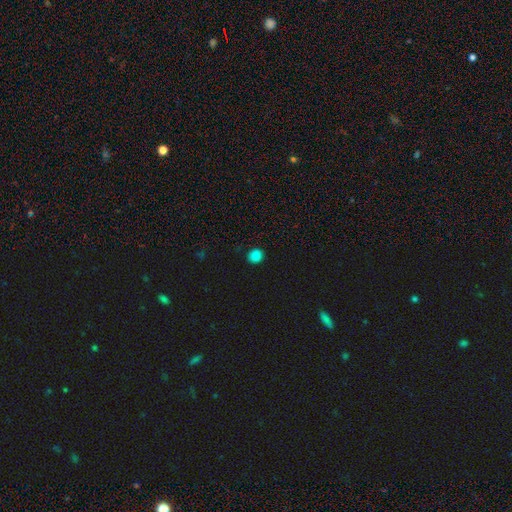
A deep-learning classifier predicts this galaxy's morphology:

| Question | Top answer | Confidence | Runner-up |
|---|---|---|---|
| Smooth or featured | smooth | 83% | star or artifact (14%) |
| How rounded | round | 84% | in between (15%) |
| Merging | none | 89% | minor disturbance (8%) |